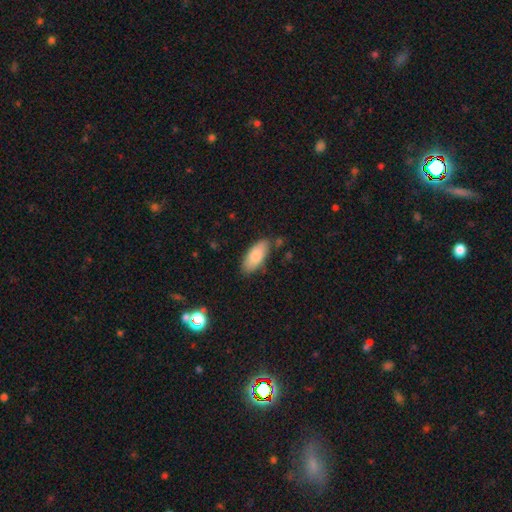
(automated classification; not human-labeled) Smooth or featured?
  - smooth: 83% *
  - featured or disk: 11%
  - star or artifact: 6%
How rounded?
  - in between: 86% *
  - cigar-shaped: 12%
  - round: 2%
Merging?
  - none: 79% *
  - minor disturbance: 15%
  - major disturbance: 3%
  - merger: 3%